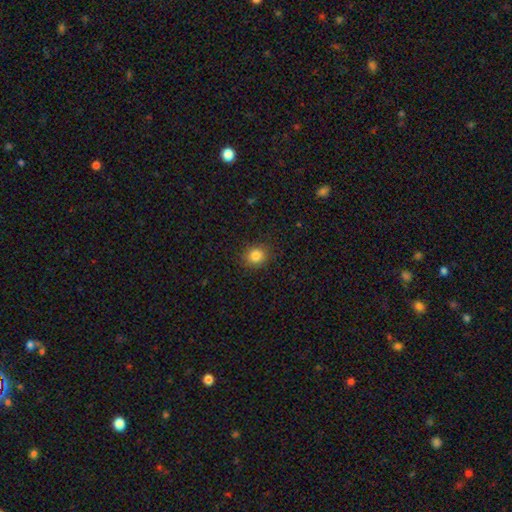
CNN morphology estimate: Smooth or featured? smooth (84%)
How rounded? round (85%)
Merging? none (90%)